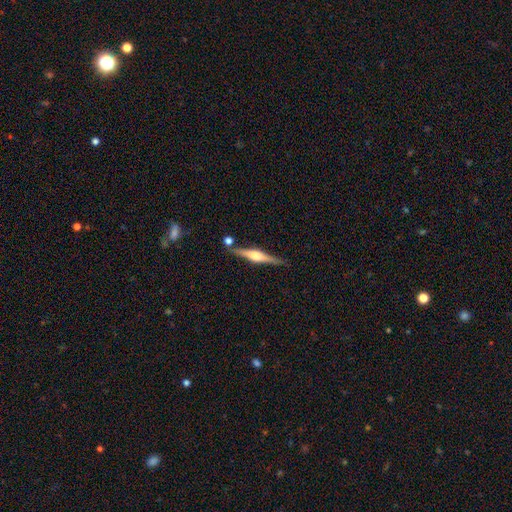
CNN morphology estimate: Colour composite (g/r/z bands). It shows a featured or disk galaxy (79%) viewed edge-on (98%) with a rounded central bulge (87%). Merging: none (83%).